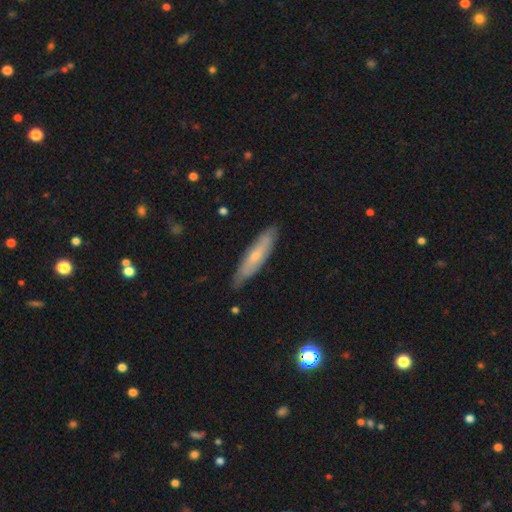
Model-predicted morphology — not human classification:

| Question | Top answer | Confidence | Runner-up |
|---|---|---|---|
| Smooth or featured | smooth | 48% | featured or disk (46%) |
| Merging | none | 77% | minor disturbance (19%) |